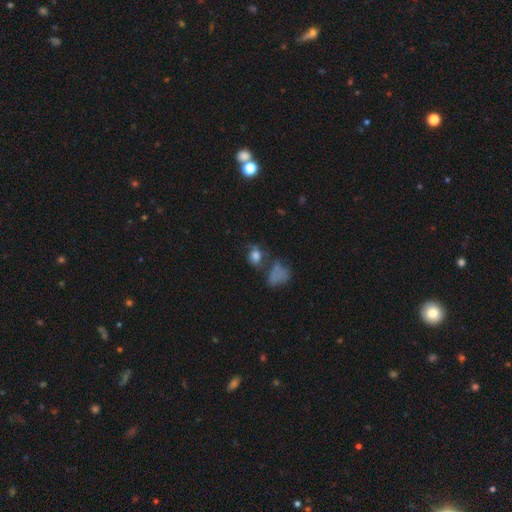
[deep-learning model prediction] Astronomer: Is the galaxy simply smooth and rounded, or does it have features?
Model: smooth — 67%.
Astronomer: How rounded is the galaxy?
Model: round — 51% (runner-up: in between, 47%).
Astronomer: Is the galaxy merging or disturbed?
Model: none — 39% (runner-up: merger, 22%).